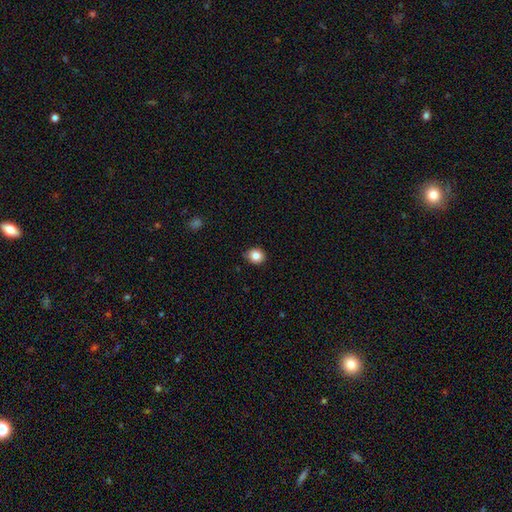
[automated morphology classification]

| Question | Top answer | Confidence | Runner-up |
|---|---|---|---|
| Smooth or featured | smooth | 84% | star or artifact (10%) |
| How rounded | round | 77% | in between (22%) |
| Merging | none | 85% | minor disturbance (12%) |